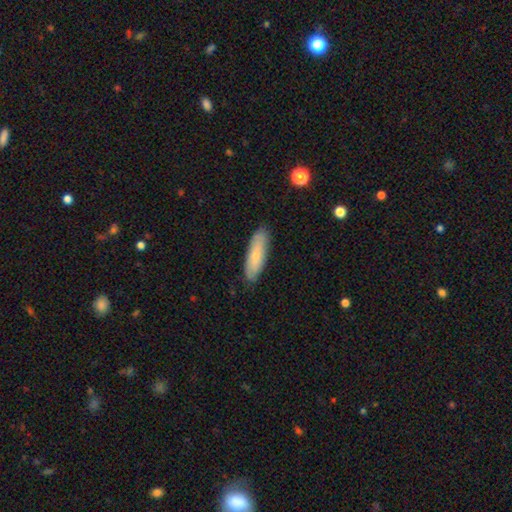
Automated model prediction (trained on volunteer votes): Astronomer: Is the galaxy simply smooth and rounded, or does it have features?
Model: smooth — 70%.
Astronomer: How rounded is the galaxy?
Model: cigar-shaped — 54% (runner-up: in between, 44%).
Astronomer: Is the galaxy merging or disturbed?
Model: none — 85%.